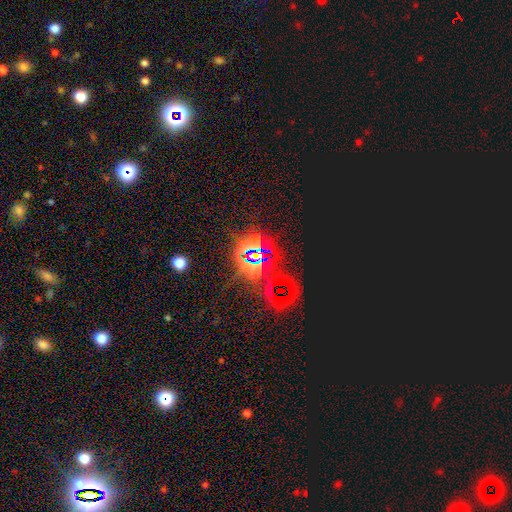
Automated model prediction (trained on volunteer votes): A star or artifact, not a galaxy (83%).